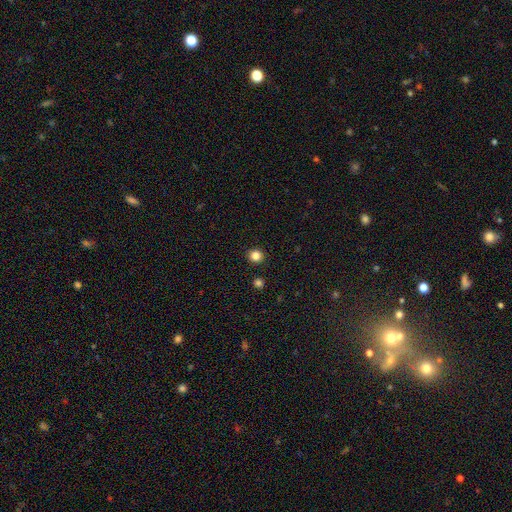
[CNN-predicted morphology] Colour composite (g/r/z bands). It shows a smooth galaxy with no disk features (84%) that is round (90%). Merging: none (92%).